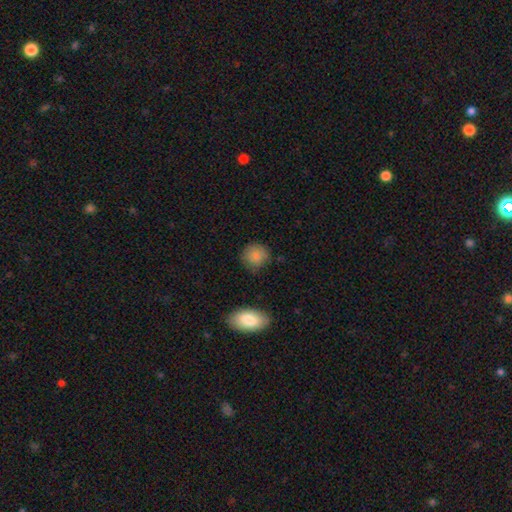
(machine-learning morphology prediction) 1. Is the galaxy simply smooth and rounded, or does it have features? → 86% smooth, 9% star or artifact, 5% featured or disk.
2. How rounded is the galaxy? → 85% round, 14% in between, 1% cigar-shaped.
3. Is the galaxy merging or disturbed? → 76% none, 17% minor disturbance, 4% major disturbance, 2% merger.